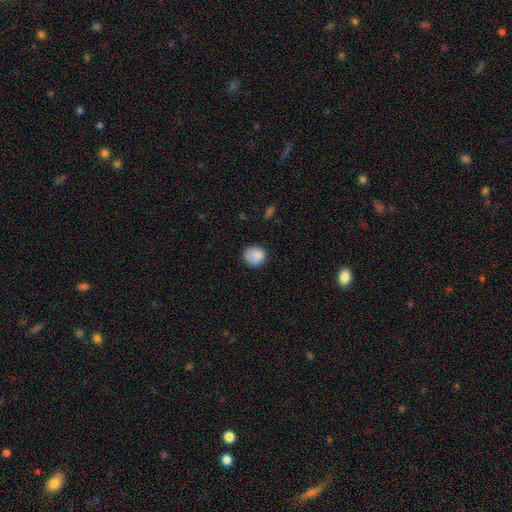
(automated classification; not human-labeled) Q: Smooth or featured?
A: smooth (86%); runner-up: star or artifact (8%)
Q: How rounded?
A: round (84%); runner-up: in between (15%)
Q: Merging?
A: none (76%); runner-up: minor disturbance (18%)